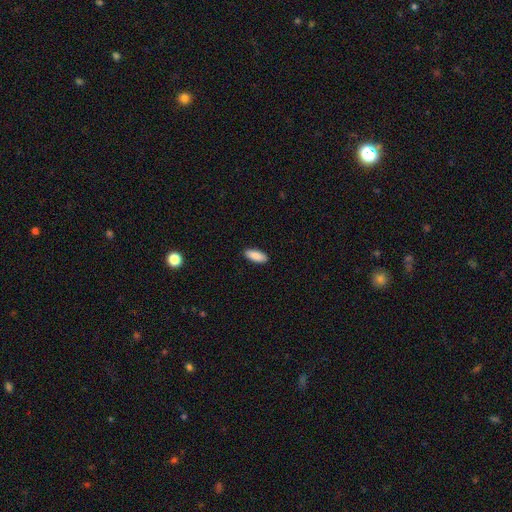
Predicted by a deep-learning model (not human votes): Overall: smooth (90%). How rounded: in between (82%). Merging: none (90%).